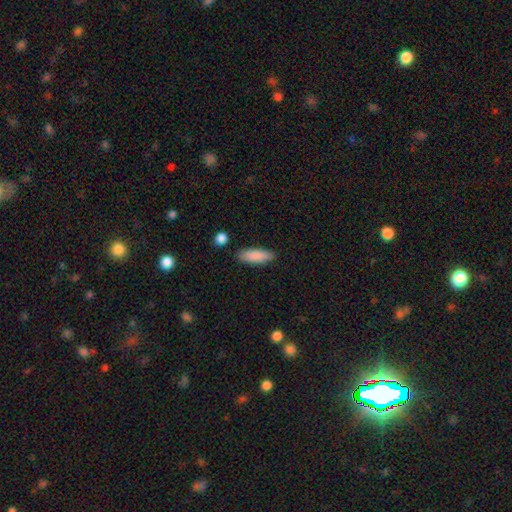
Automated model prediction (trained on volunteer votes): A smooth galaxy with no disk features (88%) that is in between round and cigar-shaped (59%).

Vote fractions:
- Smooth or featured? smooth: 88% / featured or disk: 6% / star or artifact: 6%
- How rounded? in between: 59% / cigar-shaped: 40% / round: 2%
- Merging? none: 87% / minor disturbance: 9% / merger: 2% / major disturbance: 2%